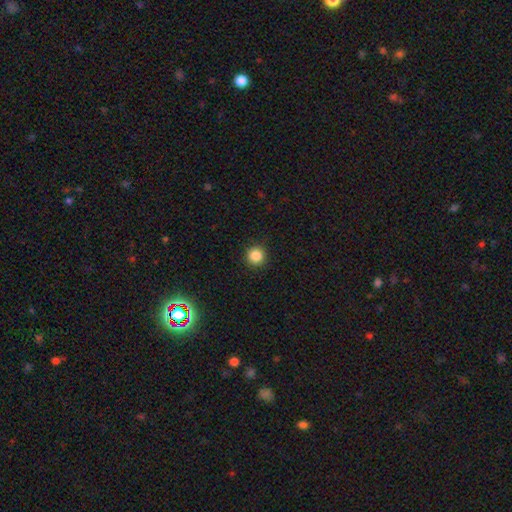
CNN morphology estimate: type=smooth (85%); roundness=round (95%); merging=none (93%).